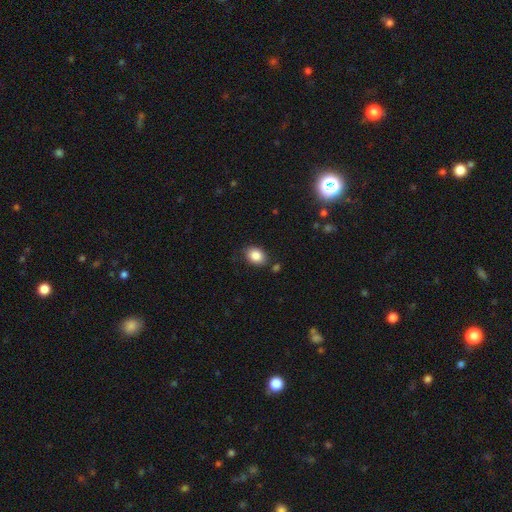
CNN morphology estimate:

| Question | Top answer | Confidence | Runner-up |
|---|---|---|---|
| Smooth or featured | smooth | 86% | star or artifact (8%) |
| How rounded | in between | 72% | round (27%) |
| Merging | none | 80% | minor disturbance (13%) |